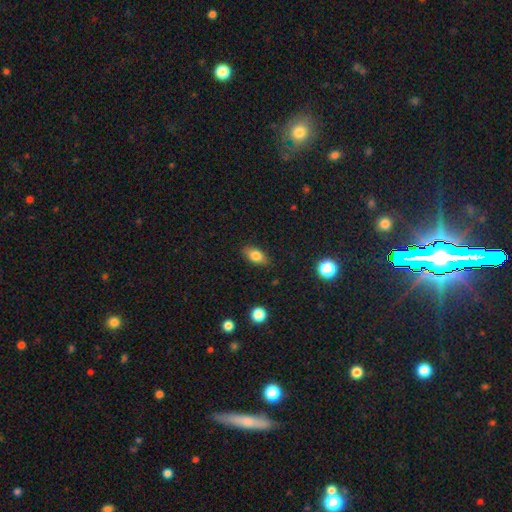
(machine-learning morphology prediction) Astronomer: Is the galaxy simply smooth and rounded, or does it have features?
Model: smooth — 79%.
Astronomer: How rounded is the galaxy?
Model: in between — 85%.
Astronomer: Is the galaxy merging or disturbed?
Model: none — 86%.